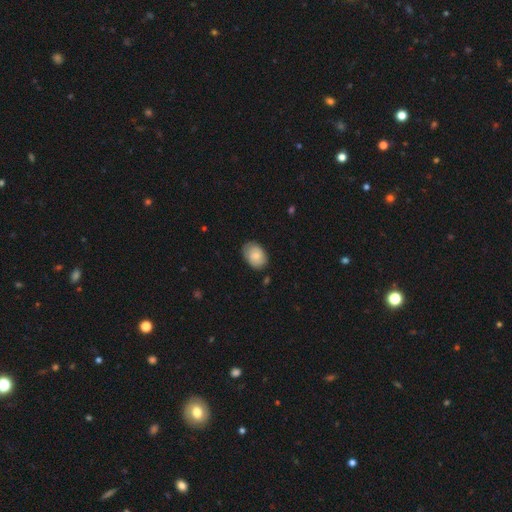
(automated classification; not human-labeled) Smooth or featured? smooth (76%)
How rounded? in between (79%)
Merging? none (73%)